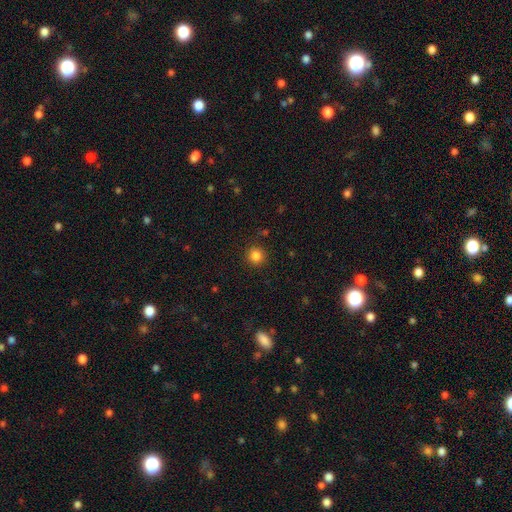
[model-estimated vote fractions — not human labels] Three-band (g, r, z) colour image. It shows a smooth galaxy with no disk features (84%) that is round (94%). Merging: none (90%).